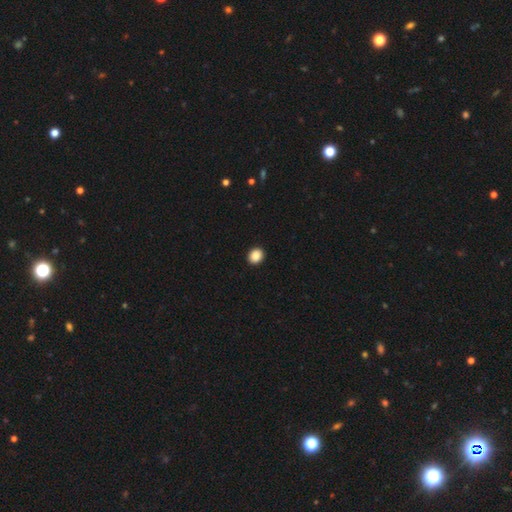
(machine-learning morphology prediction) smooth 89%, star or artifact 8%, featured or disk 2%. Down the decision tree: how rounded — round (65%); merging — none (93%).